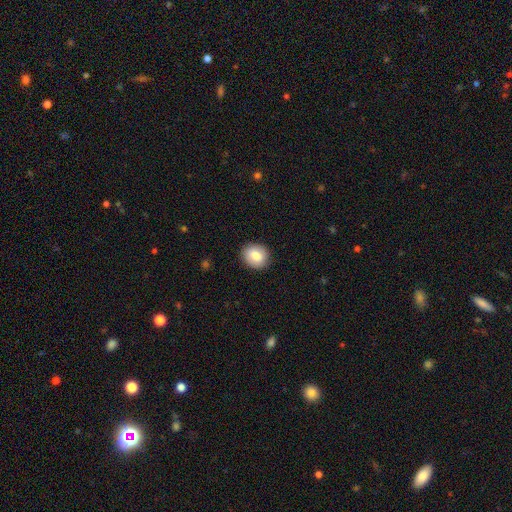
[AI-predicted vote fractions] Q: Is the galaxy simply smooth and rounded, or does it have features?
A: smooth — 82%.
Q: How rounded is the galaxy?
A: round — 75%.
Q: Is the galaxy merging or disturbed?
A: none — 90%.